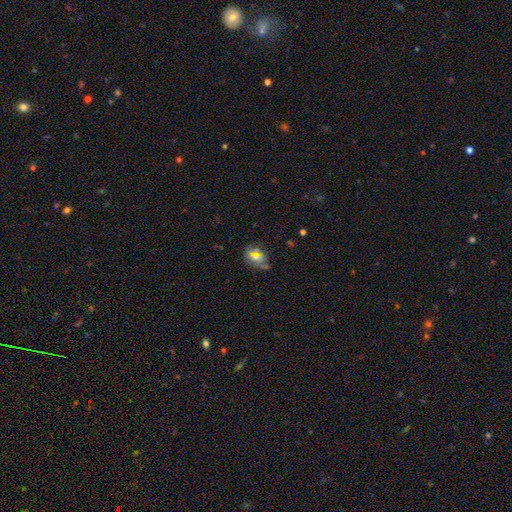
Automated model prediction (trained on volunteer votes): Smooth or featured? Predicted: smooth (p=0.55). How rounded? Predicted: in between (p=0.49). Merging? Predicted: none (p=0.74).